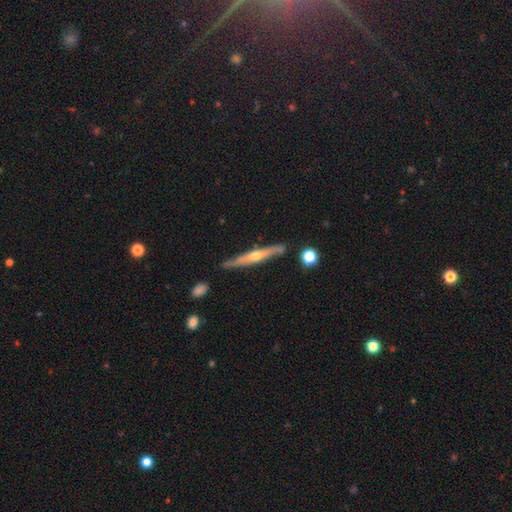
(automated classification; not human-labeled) Smooth or featured?
  - featured or disk: 74% *
  - smooth: 21%
  - star or artifact: 6%
Edge-on disk?
  - yes: 96% *
  - no: 4%
Edge-on bulge?
  - rounded: 86% *
  - none: 11%
  - boxy: 4%
Merging?
  - none: 86% *
  - minor disturbance: 10%
  - merger: 2%
  - major disturbance: 2%